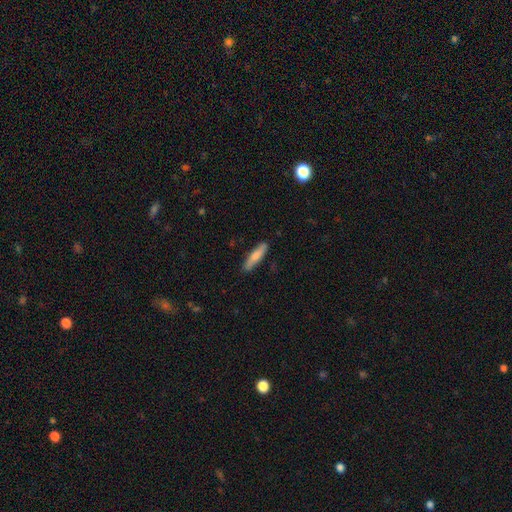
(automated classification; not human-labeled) This appears to be a smooth galaxy with no disk features (75%) that is cigar-shaped (82%). Merging: none (86%).